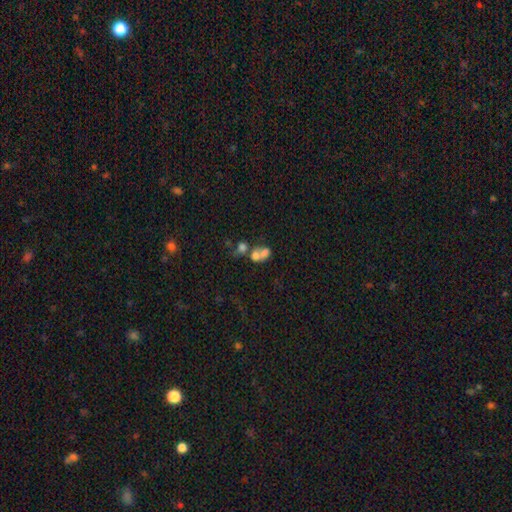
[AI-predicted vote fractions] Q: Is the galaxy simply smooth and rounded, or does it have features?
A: smooth — 63%.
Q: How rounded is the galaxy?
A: in between — 51%.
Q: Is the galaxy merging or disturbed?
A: merger — 68%.